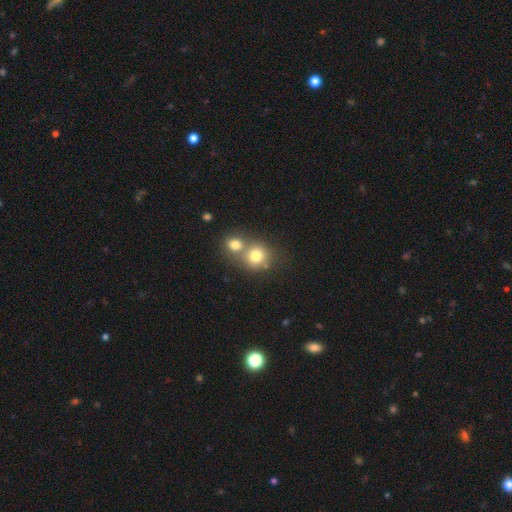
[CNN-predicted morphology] smooth-or-featured: smooth: 77% | star or artifact: 12% | featured or disk: 11%
  how-rounded: round: 84% | in between: 15% | cigar-shaped: 1%
  merging: merger: 50% | none: 41% | minor disturbance: 6% | major disturbance: 3%